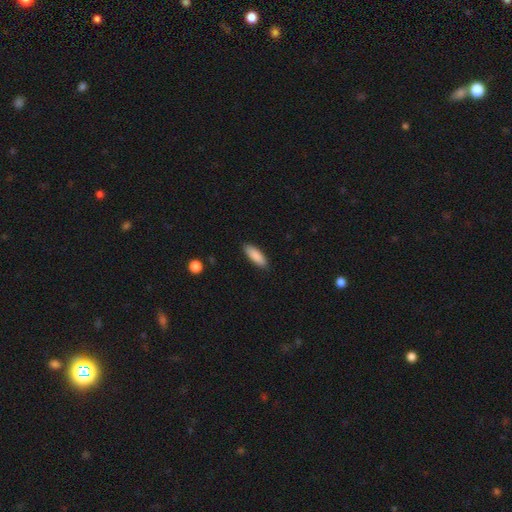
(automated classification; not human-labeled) smooth-or-featured: smooth: 88% | featured or disk: 6% | star or artifact: 6%
  how-rounded: in between: 58% | cigar-shaped: 40% | round: 2%
  merging: none: 89% | minor disturbance: 9% | major disturbance: 2% | merger: 1%